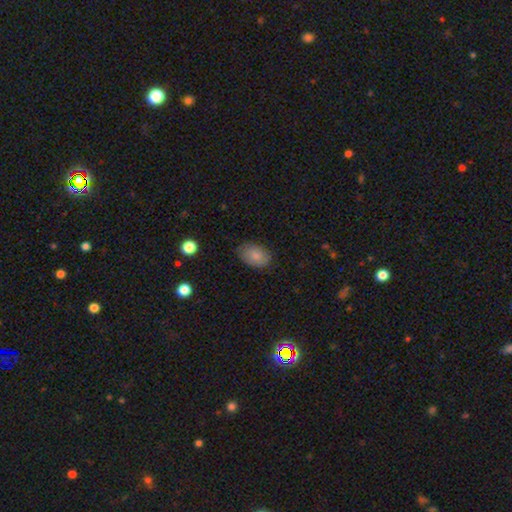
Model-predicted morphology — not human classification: A smooth galaxy with no disk features (84%) that is in between round and cigar-shaped (87%). Merging: none (78%).